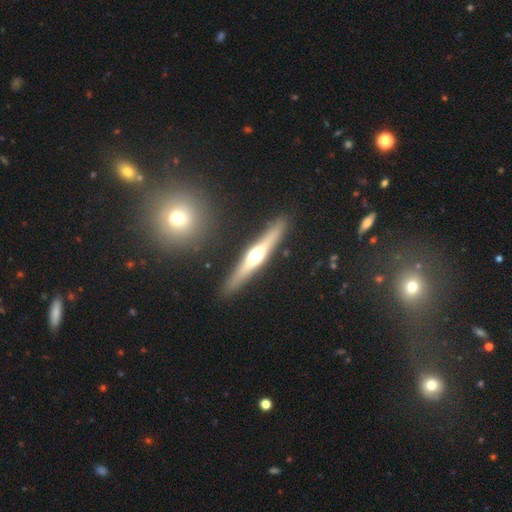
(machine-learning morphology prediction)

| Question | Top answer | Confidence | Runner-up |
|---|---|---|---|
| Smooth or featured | featured or disk | 65% | smooth (29%) |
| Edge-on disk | yes | 95% | no (5%) |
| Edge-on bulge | rounded | 93% | none (4%) |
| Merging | none | 89% | minor disturbance (7%) |